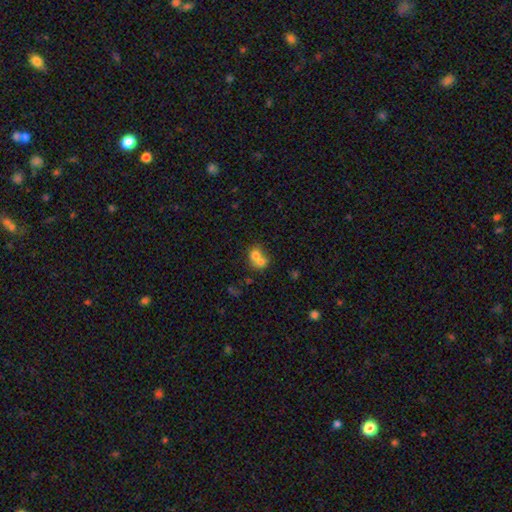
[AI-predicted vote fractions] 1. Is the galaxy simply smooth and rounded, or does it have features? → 70% smooth, 19% featured or disk, 11% star or artifact.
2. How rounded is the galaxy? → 69% round, 30% in between, 1% cigar-shaped.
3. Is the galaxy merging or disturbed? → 69% merger, 23% none, 5% minor disturbance, 3% major disturbance.